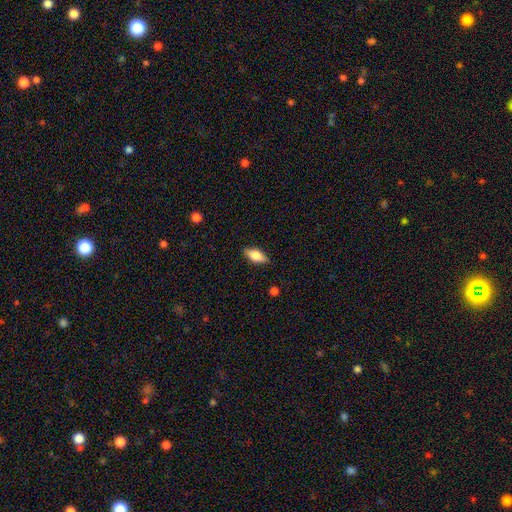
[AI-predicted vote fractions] Smooth or featured: smooth — 74% (featured or disk — 19%)
How rounded: in between — 84% (cigar-shaped — 13%)
Merging: none — 84% (minor disturbance — 12%)